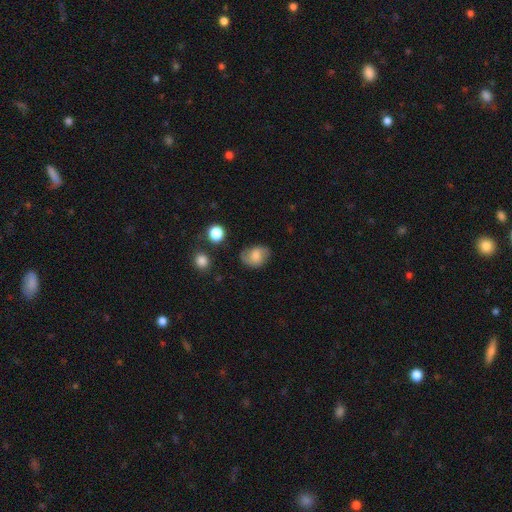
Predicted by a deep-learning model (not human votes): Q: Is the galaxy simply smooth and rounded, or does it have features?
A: smooth — 57%.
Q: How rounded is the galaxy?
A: in between — 63%.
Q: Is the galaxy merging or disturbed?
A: none — 68%.